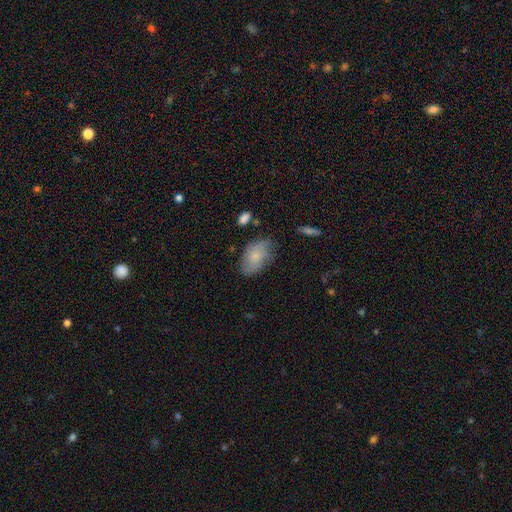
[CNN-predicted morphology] Overall: smooth (54%; featured or disk 38%). How rounded: in between (89%). Merging: none (64%; minor disturbance 26%).